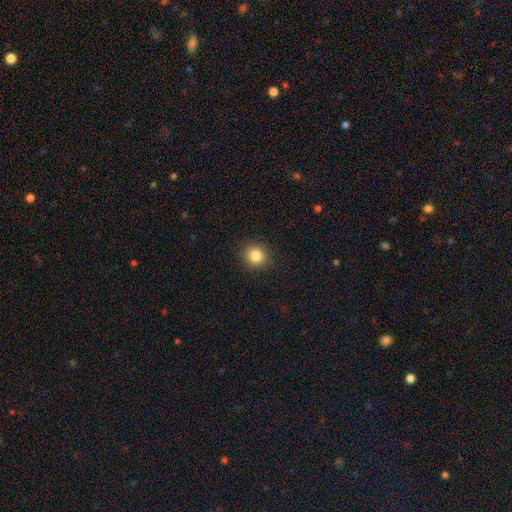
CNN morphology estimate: Smooth or featured? smooth (84%)
How rounded? round (90%)
Merging? none (91%)